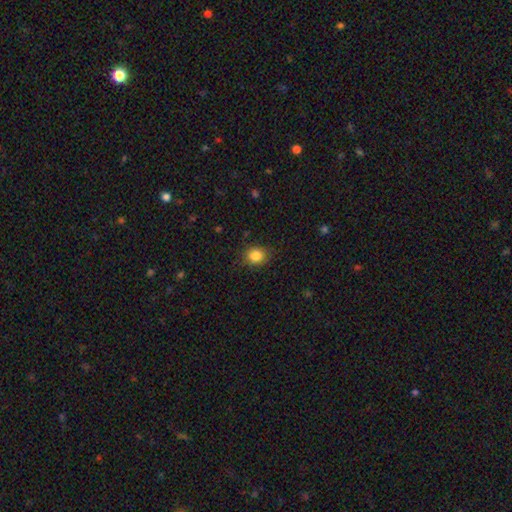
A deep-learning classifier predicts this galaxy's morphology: Smooth or featured? Predicted: smooth (p=0.85). How rounded? Predicted: round (p=0.71). Merging? Predicted: none (p=0.84).